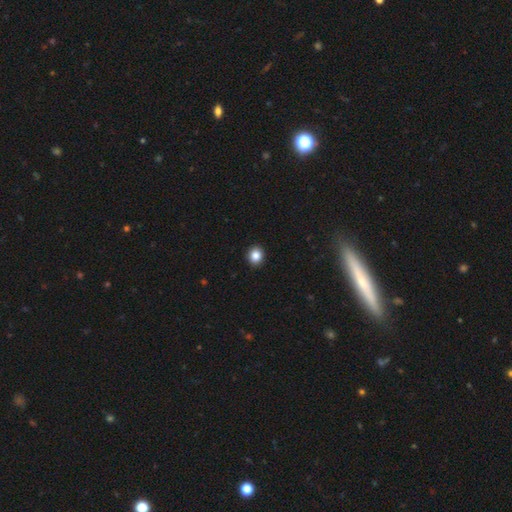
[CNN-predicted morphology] type=smooth (86%); roundness=round (73%); merging=none (92%).